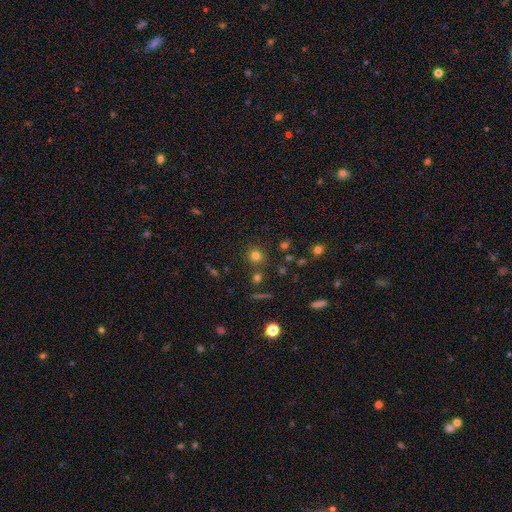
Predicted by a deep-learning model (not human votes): A smooth galaxy with no disk features (75%) that is round (90%).

Vote fractions:
- Smooth or featured? smooth: 75% / star or artifact: 17% / featured or disk: 8%
- How rounded? round: 90% / in between: 9% / cigar-shaped: 1%
- Merging? none: 81% / minor disturbance: 8% / merger: 8% / major disturbance: 3%